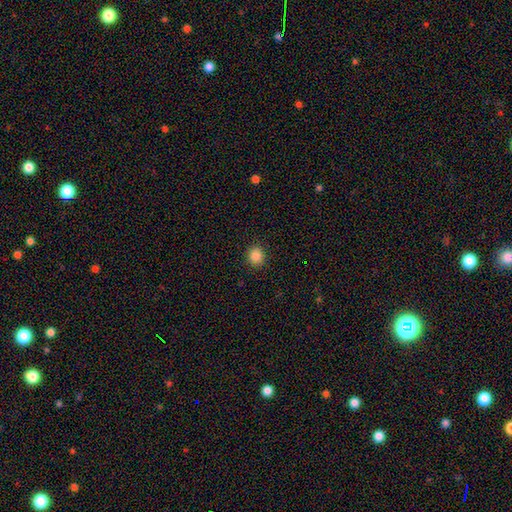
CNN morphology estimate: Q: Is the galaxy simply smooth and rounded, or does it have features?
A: smooth — 87%.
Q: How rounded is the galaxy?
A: round — 81%.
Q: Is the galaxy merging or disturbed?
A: none — 91%.